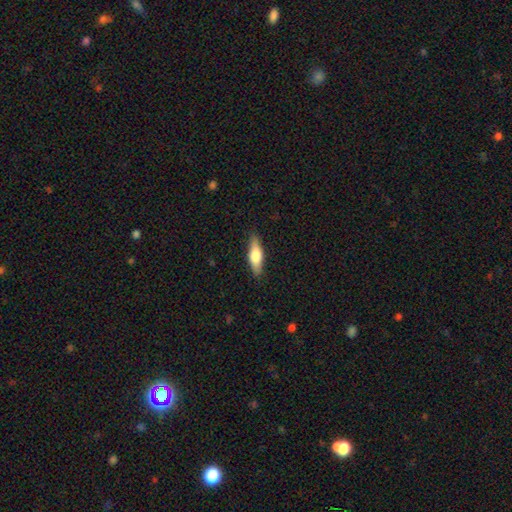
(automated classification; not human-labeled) A smooth galaxy with no disk features (59%) that is cigar-shaped (52%). Merging: none (87%).